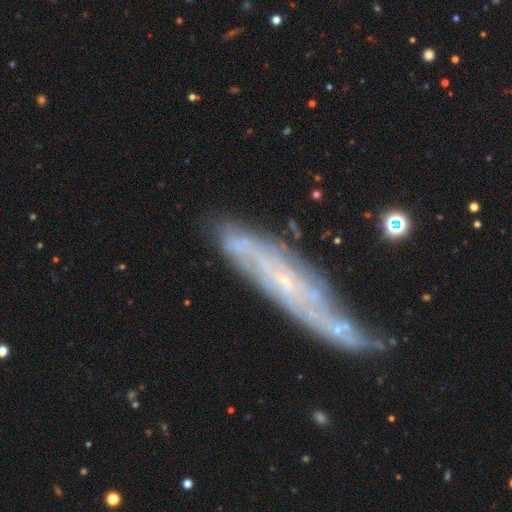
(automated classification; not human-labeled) smooth_or_featured: featured or disk (p=0.77) [alt: smooth p=0.16]
disk_edge_on: no (p=0.67) [alt: yes p=0.33]
bar: no (p=0.68) [alt: weak p=0.25]
has_spiral_arms: yes (p=0.85) [alt: no p=0.15]
bulge_size: small (p=0.84) [alt: moderate p=0.08]
merging: none (p=0.54) [alt: minor disturbance p=0.26]